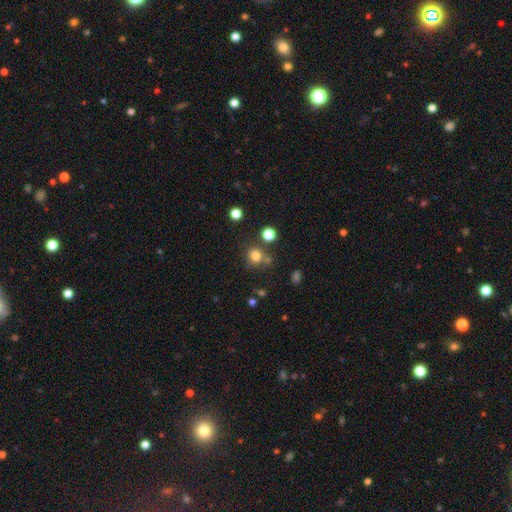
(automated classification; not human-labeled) smooth 78%, star or artifact 16%, featured or disk 7%. Down the decision tree: how rounded — round (85%); merging — none (68%).